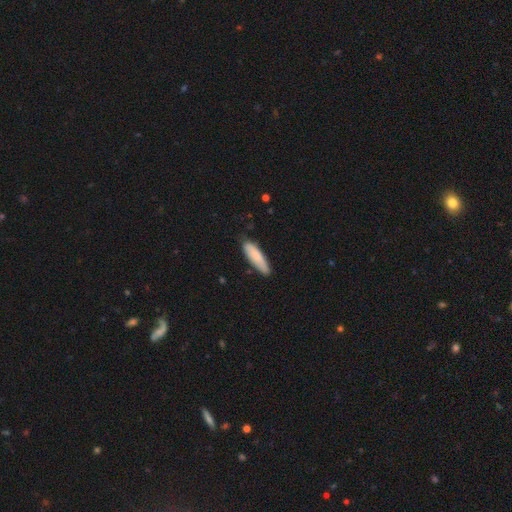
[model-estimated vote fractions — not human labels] Smooth or featured? smooth (81%)
How rounded? cigar-shaped (64%)
Merging? none (77%)